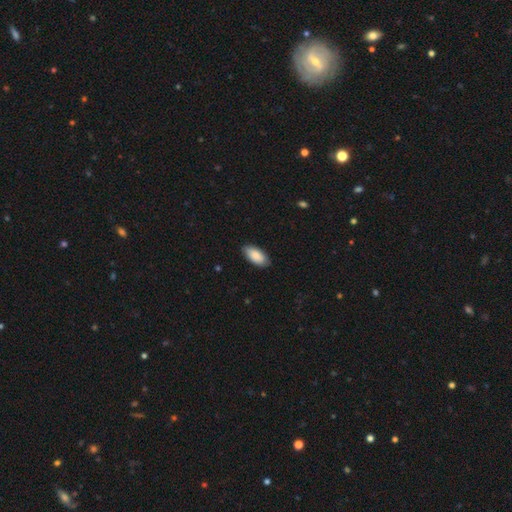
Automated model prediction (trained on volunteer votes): This appears to be a smooth galaxy with no disk features (88%) that is in between round and cigar-shaped (93%). Merging: none (85%).